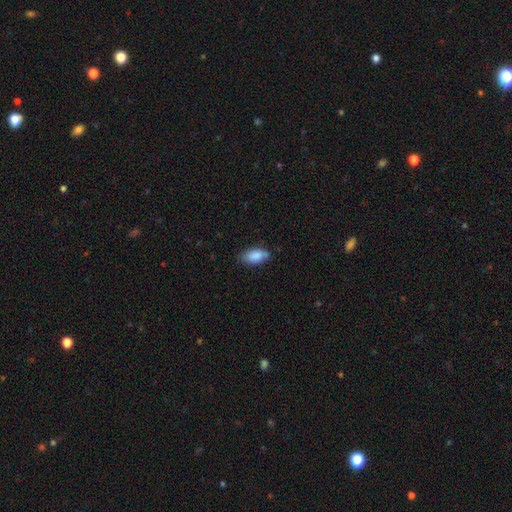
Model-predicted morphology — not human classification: The model was most divided on "merging": none: 73%, minor disturbance: 21%, major disturbance: 4%, merger: 2%. More confident: how rounded — in between (90%); smooth or featured — smooth (86%).